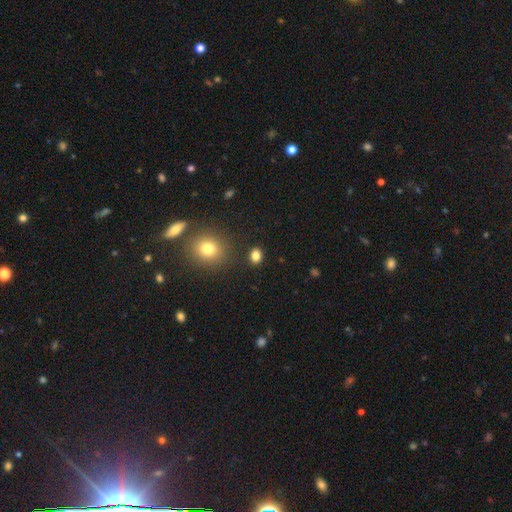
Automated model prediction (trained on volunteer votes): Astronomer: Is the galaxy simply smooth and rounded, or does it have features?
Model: smooth — 83%.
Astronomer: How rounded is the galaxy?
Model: in between — 54% (runner-up: round, 45%).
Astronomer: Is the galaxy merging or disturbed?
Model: none — 87%.